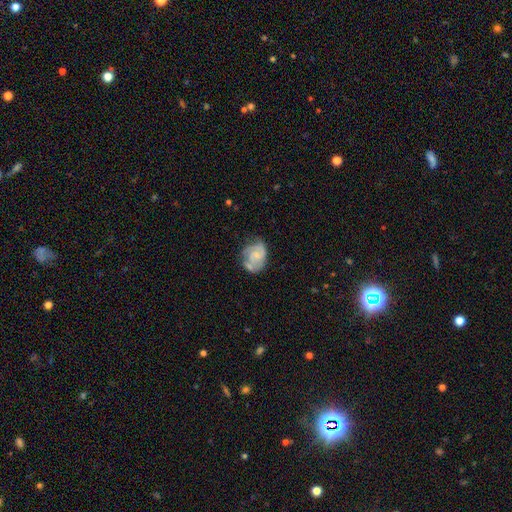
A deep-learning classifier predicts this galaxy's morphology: Smooth or featured: featured or disk — 62% (smooth — 31%)
Edge-on disk: no — 98% (yes — 2%)
Bar: no — 69% (weak — 27%)
Spiral arms: yes — 82% (no — 18%)
Bulge size: small — 50% (none — 23%)
Merging: none — 46% (minor disturbance — 30%)